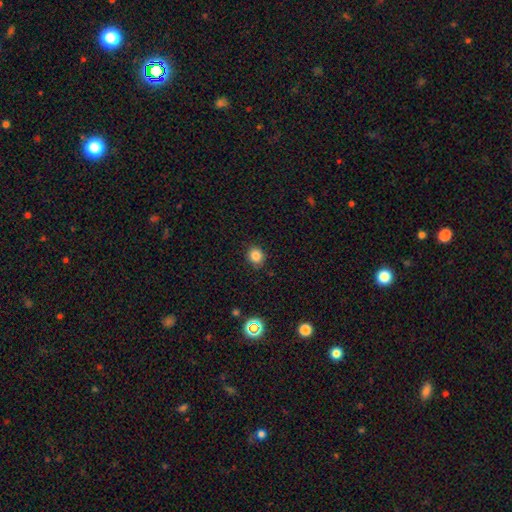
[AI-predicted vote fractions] A smooth galaxy with no disk features (83%) that is round (85%). Merging: none (89%).